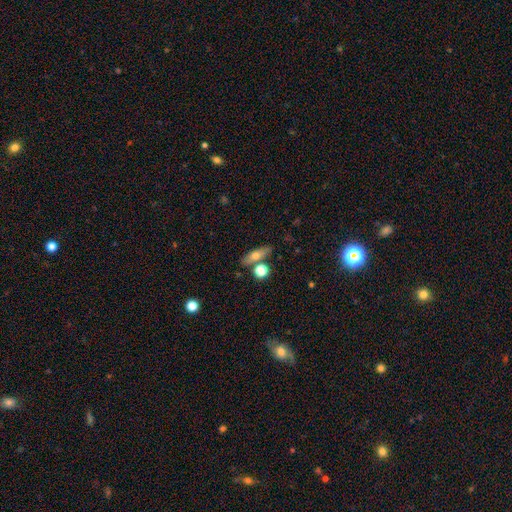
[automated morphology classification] Smooth or featured: smooth — 61% (featured or disk — 30%)
How rounded: cigar-shaped — 49% (in between — 43%)
Merging: none — 73% (merger — 13%)